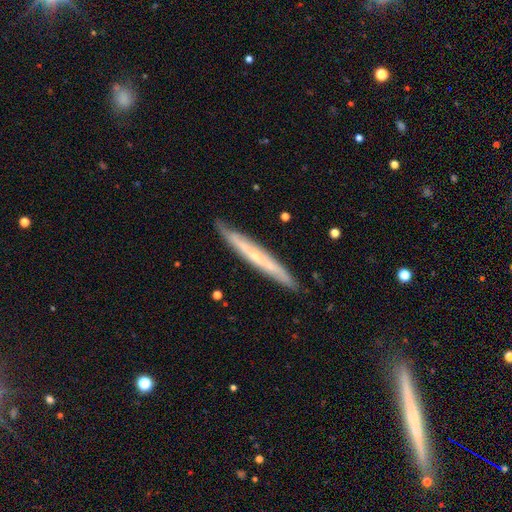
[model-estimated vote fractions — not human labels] The model was most divided on "edge-on bulge": none: 49%, rounded: 48%, boxy: 3%. More confident: edge-on disk — yes (86%); merging — none (86%); smooth or featured — featured or disk (65%).